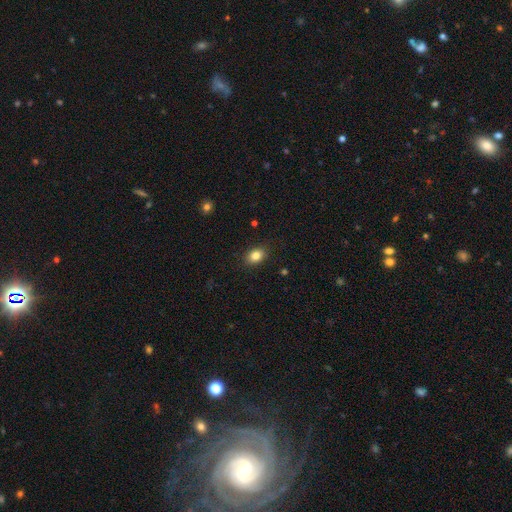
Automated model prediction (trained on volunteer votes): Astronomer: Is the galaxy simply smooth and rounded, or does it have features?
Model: smooth — 84%.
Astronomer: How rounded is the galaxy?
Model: in between — 70%.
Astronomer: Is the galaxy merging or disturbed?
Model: none — 88%.